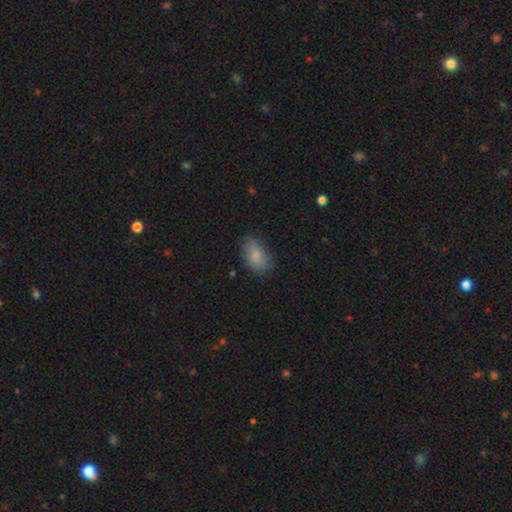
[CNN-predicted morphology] A smooth galaxy with no disk features (82%) that is in between round and cigar-shaped (89%).

Vote fractions:
- Smooth or featured? smooth: 82% / featured or disk: 10% / star or artifact: 8%
- How rounded? in between: 89% / round: 10% / cigar-shaped: 2%
- Merging? none: 74% / minor disturbance: 20% / major disturbance: 5% / merger: 1%